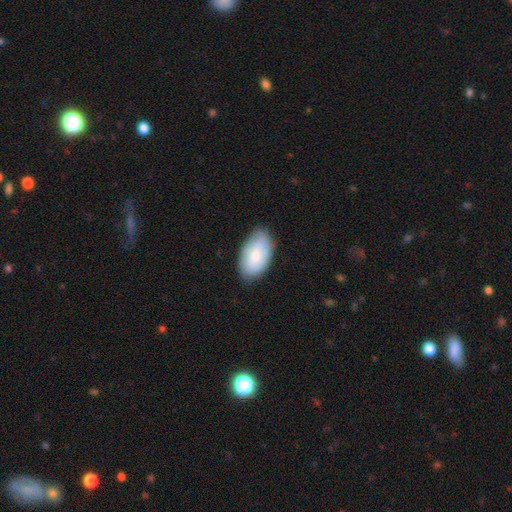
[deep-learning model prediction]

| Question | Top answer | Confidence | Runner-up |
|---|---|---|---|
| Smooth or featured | smooth | 79% | featured or disk (16%) |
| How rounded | in between | 95% | round (3%) |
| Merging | none | 82% | minor disturbance (14%) |